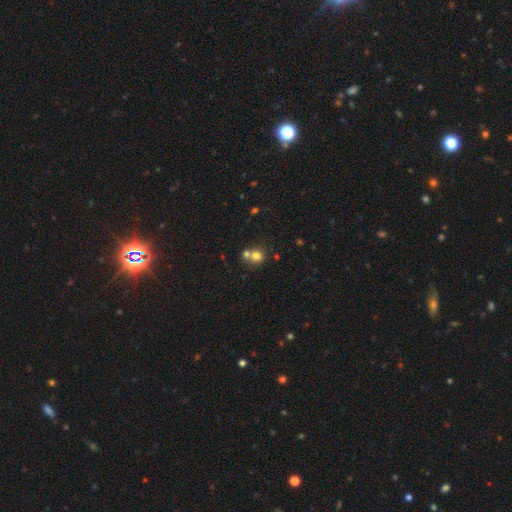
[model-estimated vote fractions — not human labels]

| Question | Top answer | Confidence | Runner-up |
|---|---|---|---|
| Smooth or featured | smooth | 75% | star or artifact (14%) |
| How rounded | round | 86% | in between (13%) |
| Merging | none | 48% | merger (43%) |